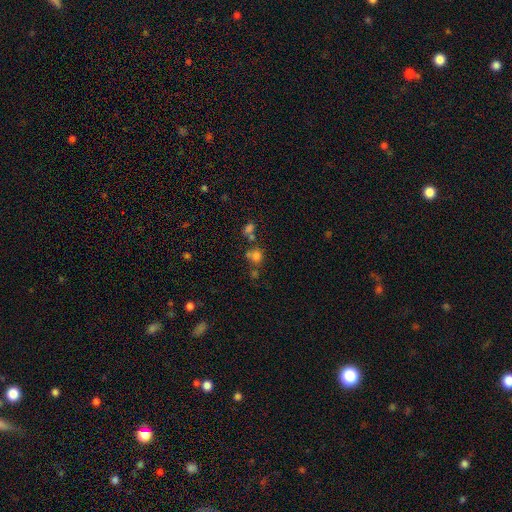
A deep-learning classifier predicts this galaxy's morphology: Q: Smooth or featured?
A: smooth (69%); runner-up: star or artifact (20%)
Q: How rounded?
A: round (78%); runner-up: in between (20%)
Q: Merging?
A: none (50%); runner-up: merger (30%)